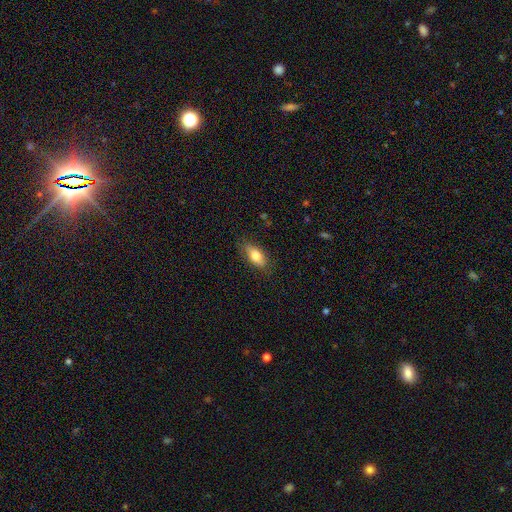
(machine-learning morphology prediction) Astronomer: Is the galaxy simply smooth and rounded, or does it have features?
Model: smooth — 77%.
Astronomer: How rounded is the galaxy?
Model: in between — 84%.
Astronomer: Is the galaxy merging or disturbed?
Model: none — 82%.